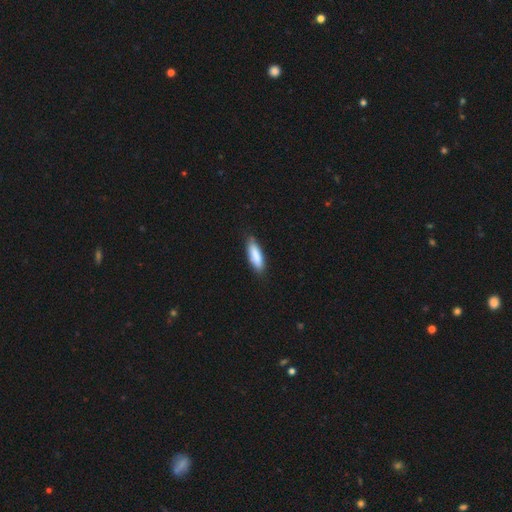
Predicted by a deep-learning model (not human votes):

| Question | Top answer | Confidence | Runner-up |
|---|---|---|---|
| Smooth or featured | smooth | 85% | featured or disk (9%) |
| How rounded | in between | 50% | cigar-shaped (49%) |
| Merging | none | 81% | minor disturbance (15%) |